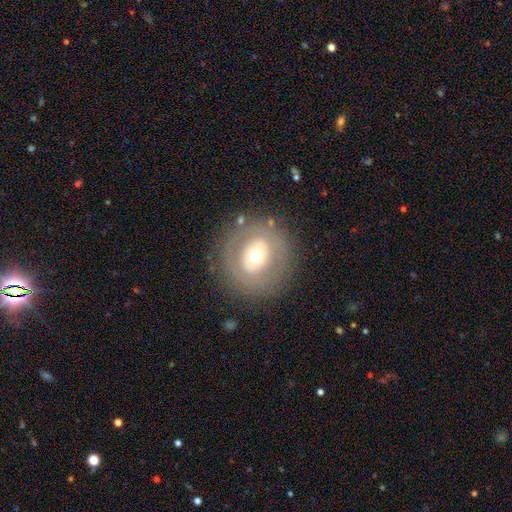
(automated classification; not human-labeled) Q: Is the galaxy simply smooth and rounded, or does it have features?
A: featured or disk — 48%.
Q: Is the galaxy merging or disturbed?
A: none — 82%.